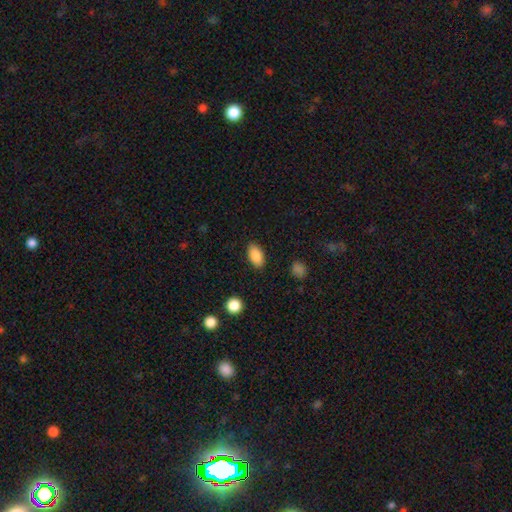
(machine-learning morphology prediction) This is clearly a smooth galaxy (87%). How rounded: clearly in between (92%). Merging: clearly none (87%).